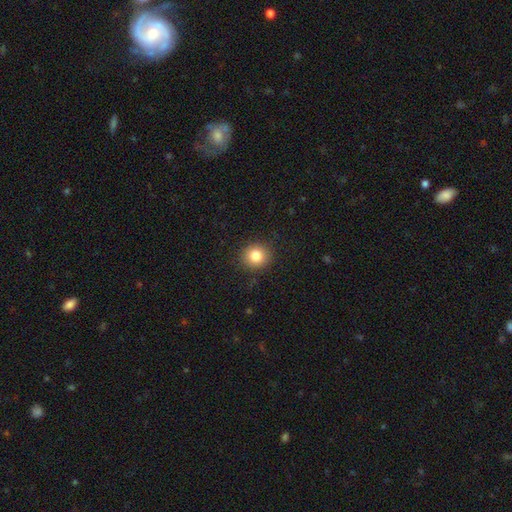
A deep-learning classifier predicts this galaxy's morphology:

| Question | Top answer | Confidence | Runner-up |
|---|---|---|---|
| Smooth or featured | smooth | 83% | star or artifact (10%) |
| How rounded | round | 86% | in between (13%) |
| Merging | none | 90% | minor disturbance (7%) |